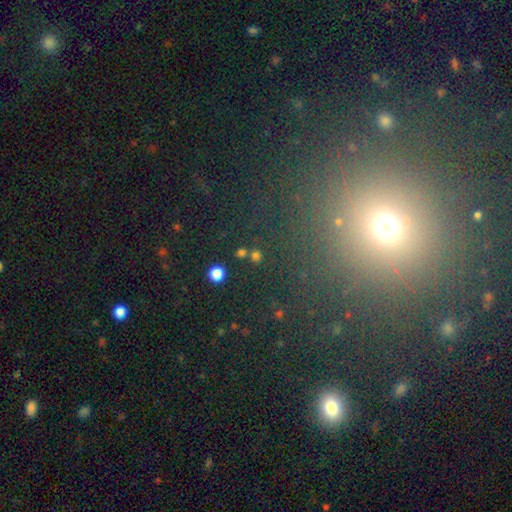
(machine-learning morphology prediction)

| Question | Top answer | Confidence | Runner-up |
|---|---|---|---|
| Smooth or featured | smooth | 74% | star or artifact (20%) |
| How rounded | round | 89% | in between (10%) |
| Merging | none | 79% | merger (11%) |